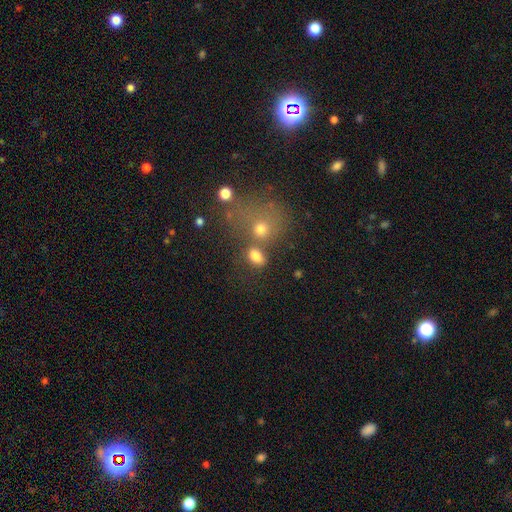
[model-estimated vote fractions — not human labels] The model was most divided on "merging": none: 55%, merger: 26%, minor disturbance: 13%, major disturbance: 7%. More confident: smooth or featured — smooth (77%); how rounded — in between (70%).